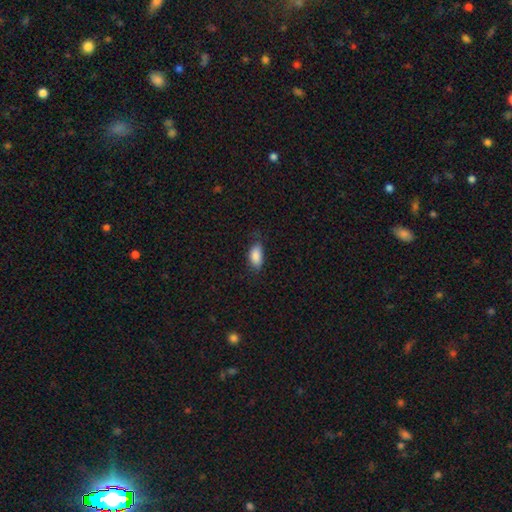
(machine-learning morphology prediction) A smooth galaxy with no disk features (87%) that is in between round and cigar-shaped (90%). Merging: none (68%).